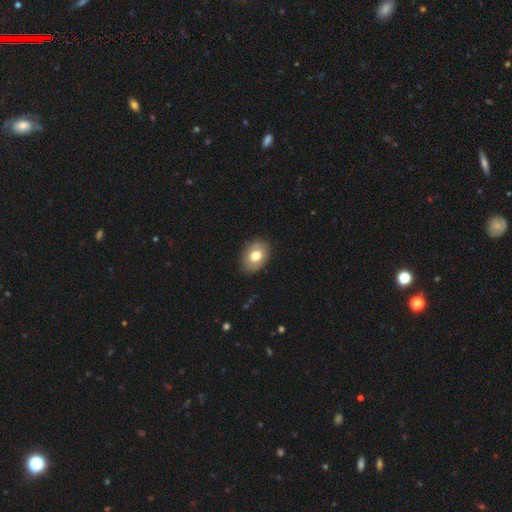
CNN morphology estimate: Smooth or featured: smooth — 71% (featured or disk — 22%)
How rounded: in between — 78% (round — 21%)
Merging: none — 83% (minor disturbance — 13%)